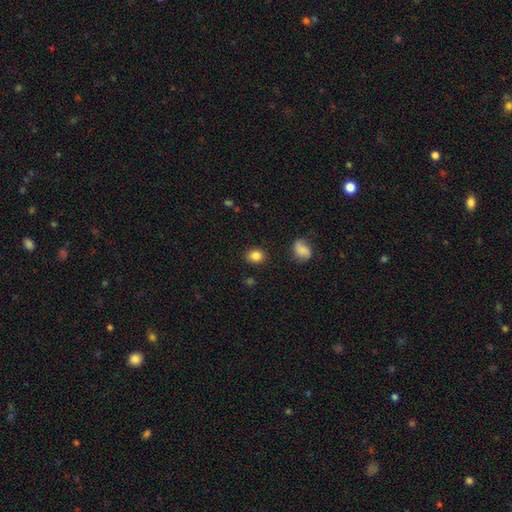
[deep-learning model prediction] A smooth galaxy with no disk features (84%) that is round (57%). Merging: none (86%).